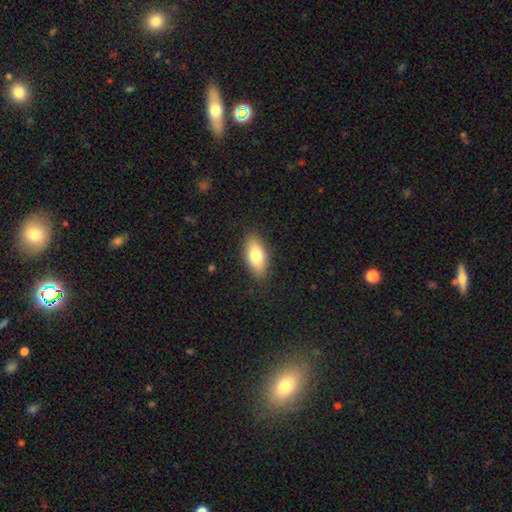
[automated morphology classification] This appears to be a smooth galaxy with no disk features (77%) that is in between round and cigar-shaped (85%). Merging: none (87%).